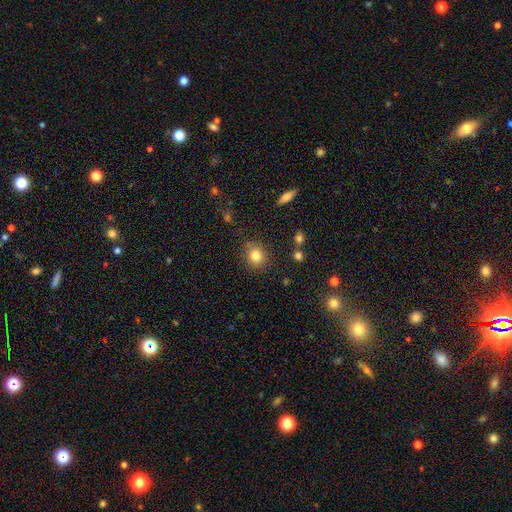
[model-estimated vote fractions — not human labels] A smooth galaxy with no disk features (82%) that is round (78%).

Vote fractions:
- Smooth or featured? smooth: 82% / star or artifact: 11% / featured or disk: 7%
- How rounded? round: 78% / in between: 21% / cigar-shaped: 1%
- Merging? none: 82% / minor disturbance: 12% / major disturbance: 3% / merger: 2%